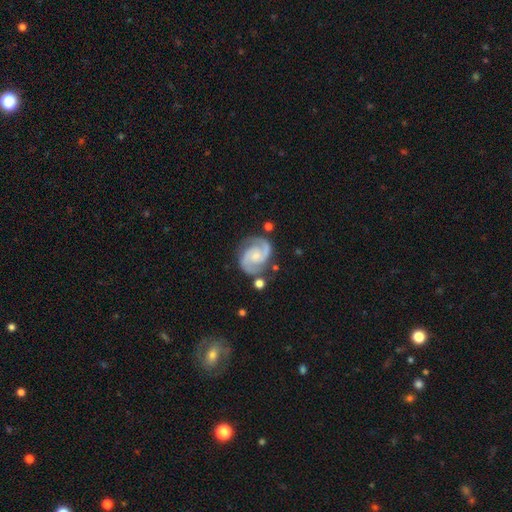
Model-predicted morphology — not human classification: Smooth or featured? featured or disk (91%)
Edge-on disk? no (98%)
Bar? no (61%)
Spiral arms? yes (98%)
Spiral winding? medium (54%)
Spiral arm count? 2 (93%)
Bulge size? small (58%)
Merging? none (76%)